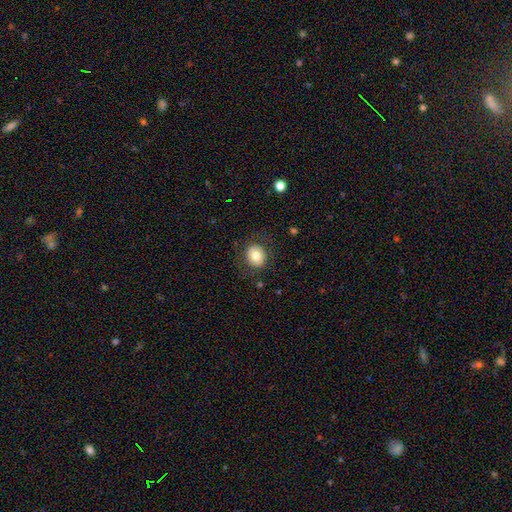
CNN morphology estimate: Q: Smooth or featured?
A: smooth (74%); runner-up: featured or disk (16%)
Q: How rounded?
A: round (75%); runner-up: in between (24%)
Q: Merging?
A: none (84%); runner-up: minor disturbance (10%)